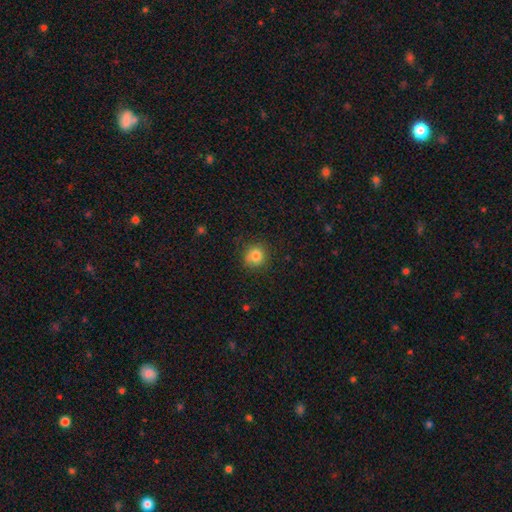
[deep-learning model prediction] A smooth galaxy with no disk features (83%) that is round (89%).

Vote fractions:
- Smooth or featured? smooth: 83% / star or artifact: 11% / featured or disk: 6%
- How rounded? round: 89% / in between: 10% / cigar-shaped: 1%
- Merging? none: 85% / minor disturbance: 11% / major disturbance: 3% / merger: 1%